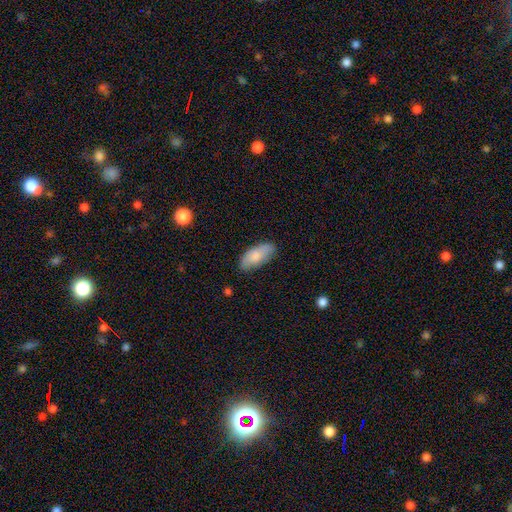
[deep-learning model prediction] Smooth or featured? Predicted: smooth (p=0.79). How rounded? Predicted: in between (p=0.88). Merging? Predicted: none (p=0.76).